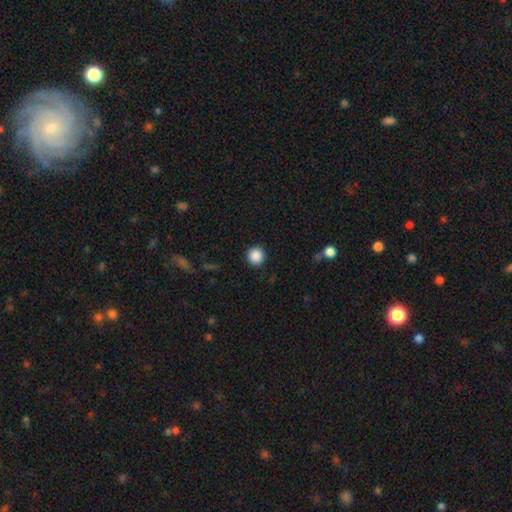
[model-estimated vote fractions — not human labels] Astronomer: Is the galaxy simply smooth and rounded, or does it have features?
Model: smooth — 88%.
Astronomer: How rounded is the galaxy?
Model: round — 94%.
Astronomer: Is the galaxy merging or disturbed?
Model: none — 92%.